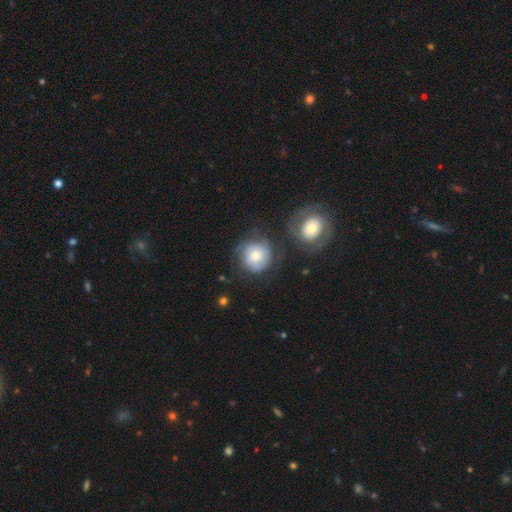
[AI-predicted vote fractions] This appears to be a smooth galaxy with no disk features (48%). Merging: none (58%).